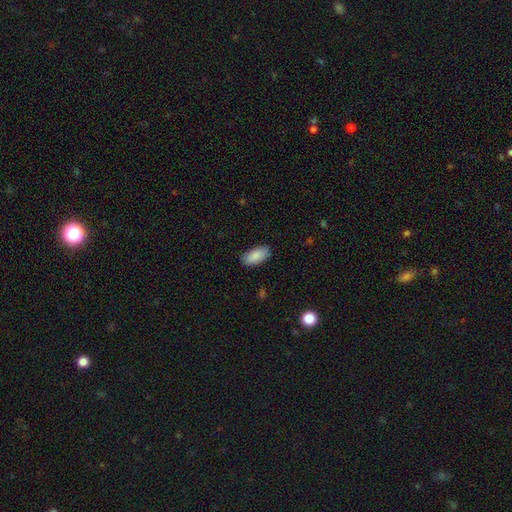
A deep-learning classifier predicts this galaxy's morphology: Overall: smooth (89%). How rounded: in between (93%). Merging: none (86%).